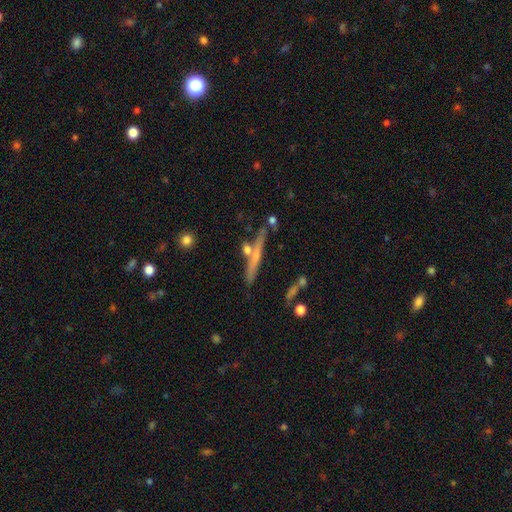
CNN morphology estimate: The model was most divided on "edge-on bulge": rounded: 54%, none: 38%, boxy: 8%. More confident: edge-on disk — yes (90%); merging — none (72%); smooth or featured — featured or disk (61%).